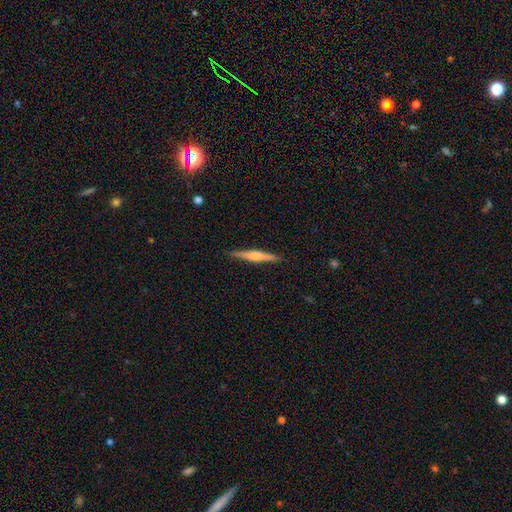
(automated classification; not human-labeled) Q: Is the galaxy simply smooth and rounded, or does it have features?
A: featured or disk — 63%.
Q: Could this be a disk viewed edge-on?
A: yes — 98%.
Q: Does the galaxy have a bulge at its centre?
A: rounded — 74%.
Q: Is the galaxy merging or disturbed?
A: none — 91%.